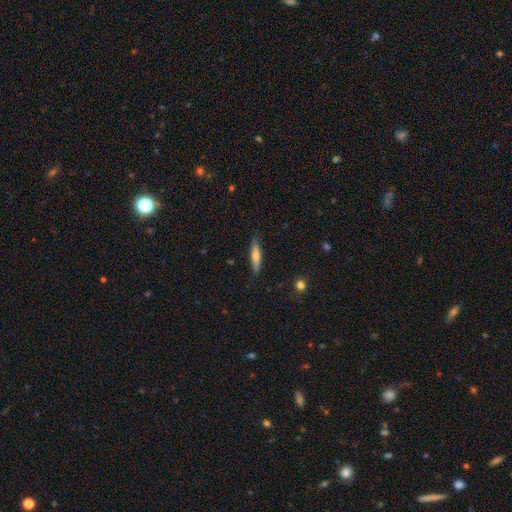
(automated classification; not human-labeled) Overall: smooth (63%; featured or disk 31%). How rounded: cigar-shaped (83%). Merging: none (86%).